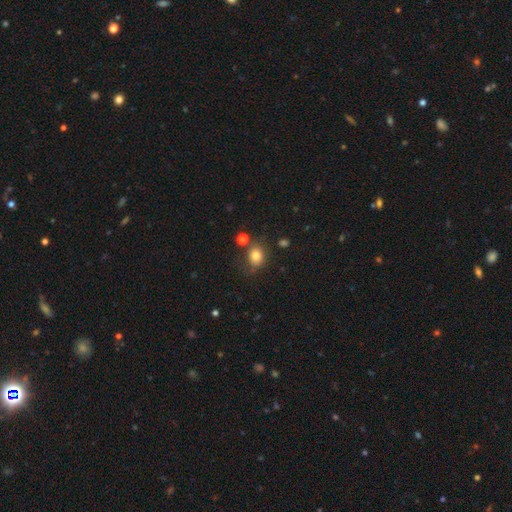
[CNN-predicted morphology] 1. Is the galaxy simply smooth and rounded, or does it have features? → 81% smooth, 12% star or artifact, 8% featured or disk.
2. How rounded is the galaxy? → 54% round, 45% in between, 1% cigar-shaped.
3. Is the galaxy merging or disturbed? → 70% none, 16% minor disturbance, 8% merger, 6% major disturbance.